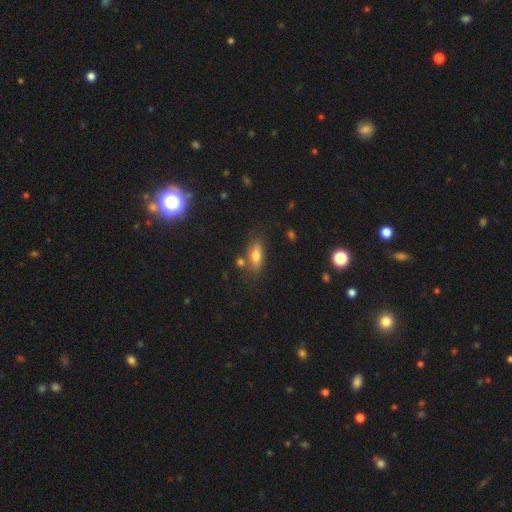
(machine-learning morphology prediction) A smooth galaxy with no disk features (75%) that is in between round and cigar-shaped (77%). Merging: none (69%).